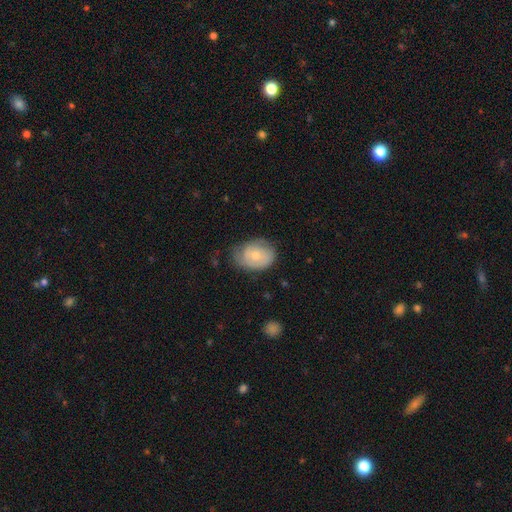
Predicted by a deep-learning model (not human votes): Smooth or featured: featured or disk — 49% (smooth — 45%)
Merging: none — 57% (minor disturbance — 31%)